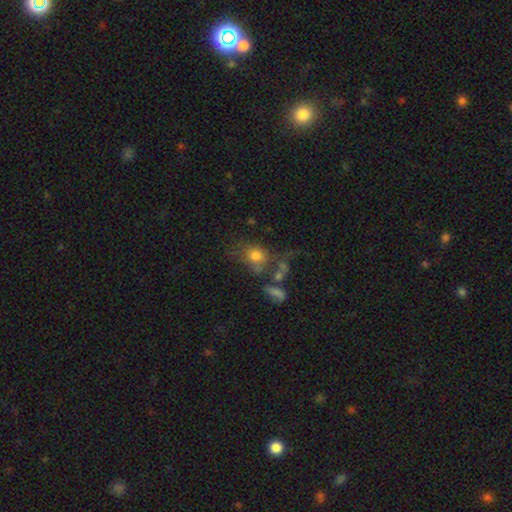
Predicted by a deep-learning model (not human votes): Smooth or featured: smooth — 66% (featured or disk — 21%)
How rounded: round — 53% (in between — 45%)
Merging: none — 36% (major disturbance — 24%)